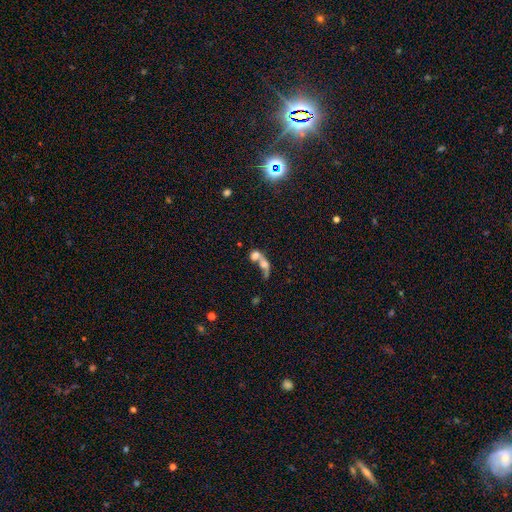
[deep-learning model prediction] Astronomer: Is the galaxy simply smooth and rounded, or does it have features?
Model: smooth — 58%.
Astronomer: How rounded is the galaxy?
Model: in between — 52% (runner-up: round, 40%).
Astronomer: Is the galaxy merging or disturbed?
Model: merger — 70%.